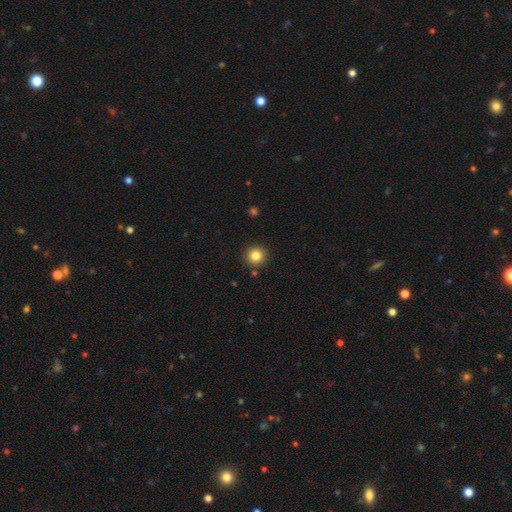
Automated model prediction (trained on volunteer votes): Smooth or featured: smooth — 84% (star or artifact — 11%)
How rounded: round — 94% (in between — 5%)
Merging: none — 90% (minor disturbance — 6%)